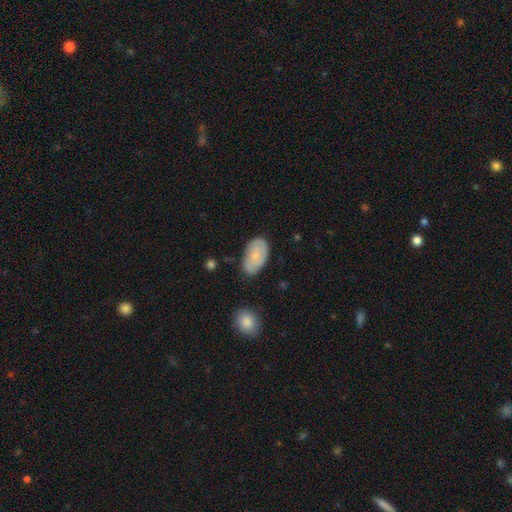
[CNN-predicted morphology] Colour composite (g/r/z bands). It shows a smooth galaxy with no disk features (53%) that is in between round and cigar-shaped (92%). Merging: none (73%).